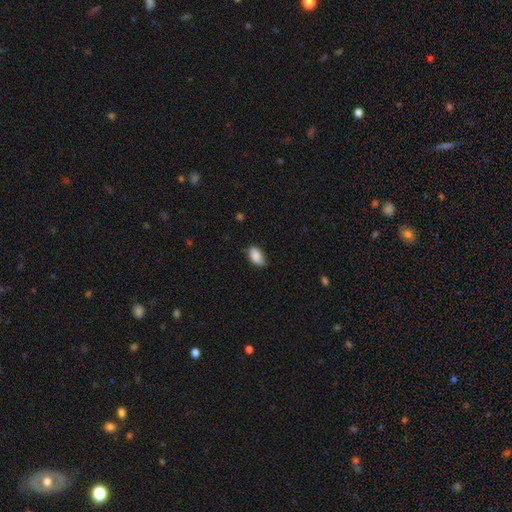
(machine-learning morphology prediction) A smooth galaxy with no disk features (87%) that is in between round and cigar-shaped (93%). Merging: none (70%).